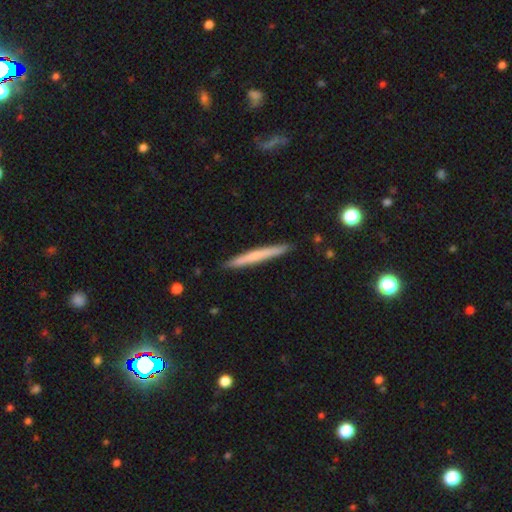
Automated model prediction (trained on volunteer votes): The model was most divided on "smooth or featured": smooth: 59%, featured or disk: 35%, star or artifact: 6%. More confident: how rounded — cigar-shaped (97%); merging — none (91%).